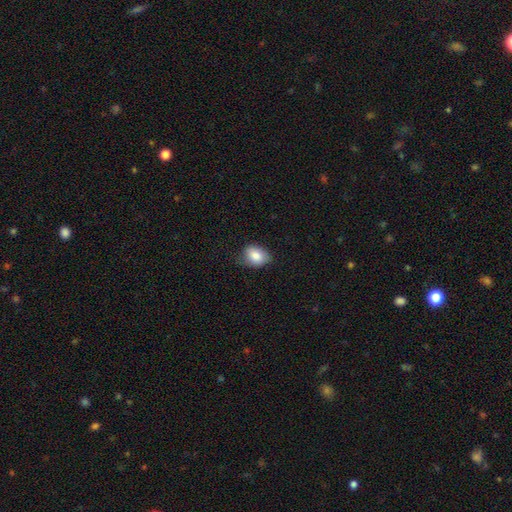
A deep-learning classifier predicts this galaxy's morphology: Smooth or featured: smooth — 83% (featured or disk — 9%)
How rounded: in between — 67% (round — 32%)
Merging: none — 63% (minor disturbance — 29%)